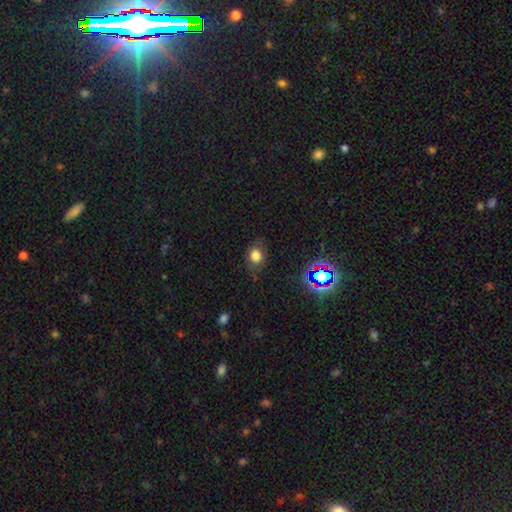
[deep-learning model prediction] This appears to be a smooth galaxy with no disk features (73%) that is in between round and cigar-shaped (52%). Merging: none (74%).